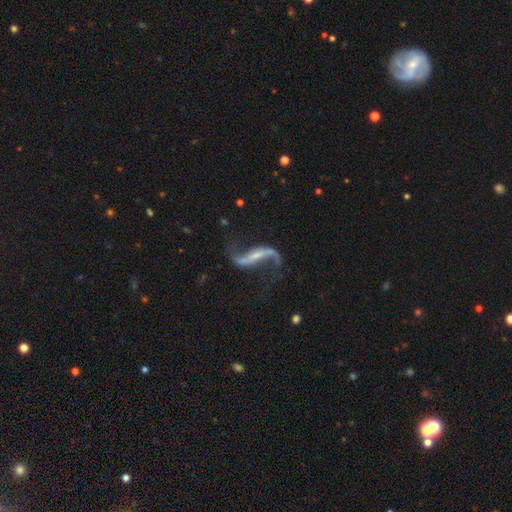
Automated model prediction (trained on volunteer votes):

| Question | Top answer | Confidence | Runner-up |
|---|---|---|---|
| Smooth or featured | featured or disk | 90% | star or artifact (5%) |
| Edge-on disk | no | 92% | yes (8%) |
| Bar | strong | 53% | weak (27%) |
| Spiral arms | yes | 96% | no (4%) |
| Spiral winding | loose | 92% | medium (6%) |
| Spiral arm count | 2 | 92% | 1 (3%) |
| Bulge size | small | 62% | none (21%) |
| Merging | none | 69% | minor disturbance (15%) |